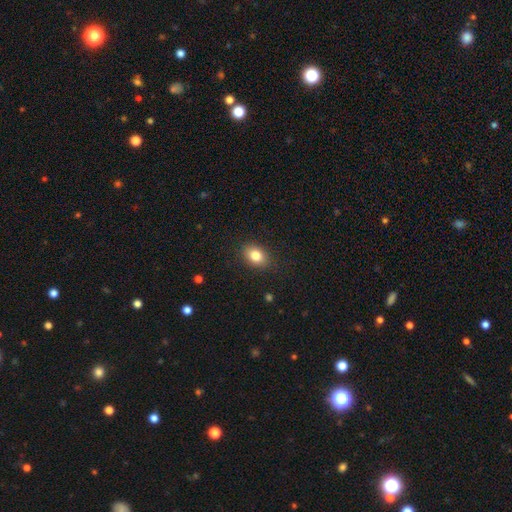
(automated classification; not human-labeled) Smooth or featured?
  - smooth: 83% *
  - star or artifact: 9%
  - featured or disk: 8%
How rounded?
  - in between: 72% *
  - round: 27%
  - cigar-shaped: 1%
Merging?
  - none: 87% *
  - minor disturbance: 9%
  - major disturbance: 3%
  - merger: 1%